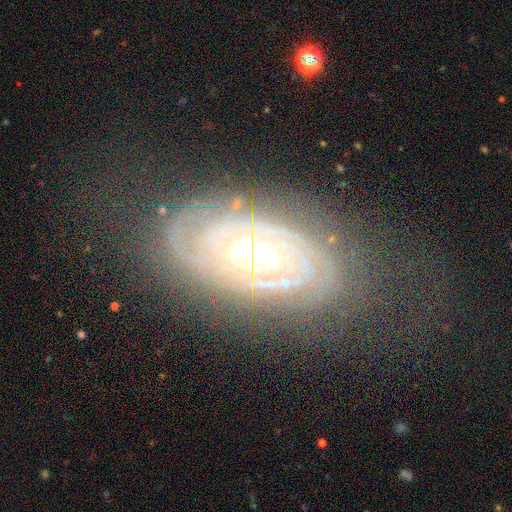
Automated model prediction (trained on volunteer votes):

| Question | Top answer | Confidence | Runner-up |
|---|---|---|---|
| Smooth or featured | featured or disk | 87% | smooth (8%) |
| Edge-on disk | no | 93% | yes (7%) |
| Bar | no | 53% | weak (27%) |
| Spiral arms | yes | 91% | no (9%) |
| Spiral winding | tight | 81% | medium (15%) |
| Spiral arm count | can't tell | 34% | 2 (30%) |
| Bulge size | moderate | 69% | large (16%) |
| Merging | none | 72% | minor disturbance (17%) |